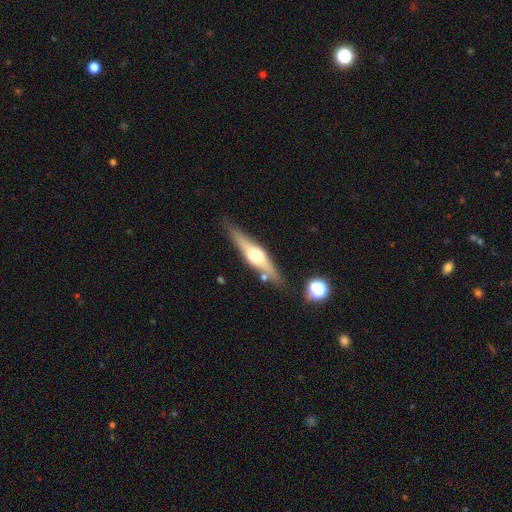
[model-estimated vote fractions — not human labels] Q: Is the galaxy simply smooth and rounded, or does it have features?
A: featured or disk — 72%.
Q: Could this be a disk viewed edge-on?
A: yes — 96%.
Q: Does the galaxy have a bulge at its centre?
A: rounded — 93%.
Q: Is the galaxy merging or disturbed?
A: none — 82%.